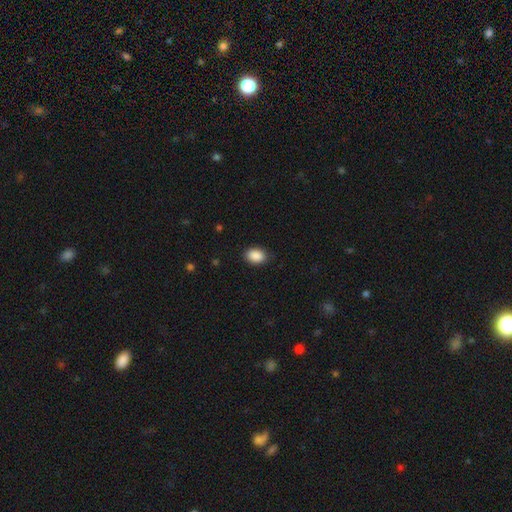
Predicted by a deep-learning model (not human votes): A smooth galaxy with no disk features (90%) that is in between round and cigar-shaped (80%).

Vote fractions:
- Smooth or featured? smooth: 90% / star or artifact: 8% / featured or disk: 3%
- How rounded? in between: 80% / round: 18% / cigar-shaped: 1%
- Merging? none: 86% / minor disturbance: 10% / major disturbance: 2% / merger: 1%